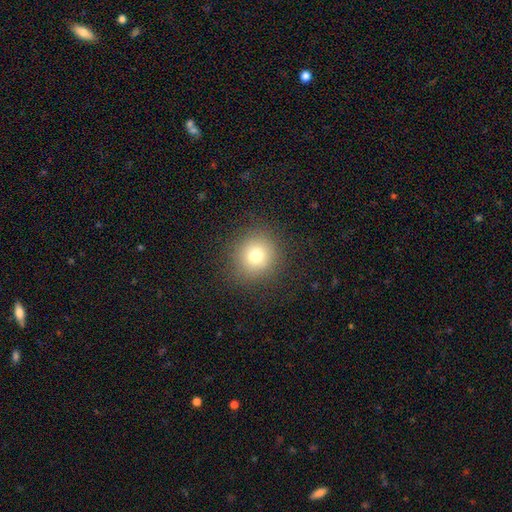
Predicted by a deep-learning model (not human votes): This is likely a smooth galaxy (75%). How rounded: clearly round (91%). Merging: clearly none (88%).